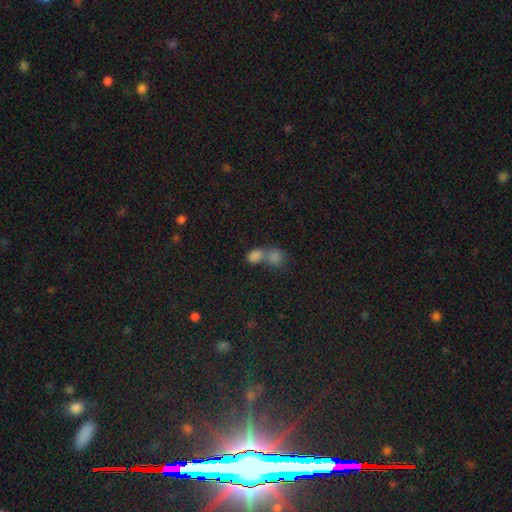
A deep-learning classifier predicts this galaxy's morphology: smooth-or-featured: smooth: 80% | star or artifact: 13% | featured or disk: 8%
  how-rounded: in between: 63% | round: 35% | cigar-shaped: 2%
  merging: merger: 68% | none: 22% | minor disturbance: 6% | major disturbance: 4%